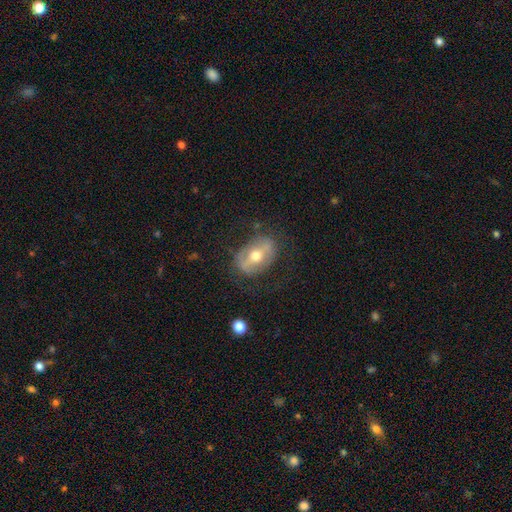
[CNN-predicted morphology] type=featured or disk (58%); edge-on=no (91%); bar=strong (42%); spiral arms=no (64%); bulge=moderate (73%); merging=none (70%).